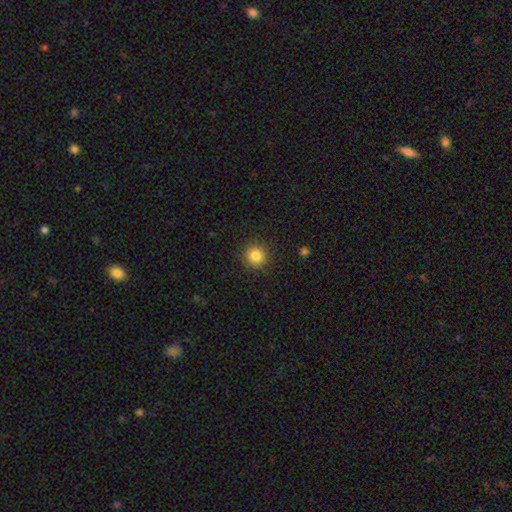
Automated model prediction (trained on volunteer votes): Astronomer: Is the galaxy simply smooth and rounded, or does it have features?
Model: smooth — 84%.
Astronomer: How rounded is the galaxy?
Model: round — 93%.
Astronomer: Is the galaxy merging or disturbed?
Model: none — 89%.